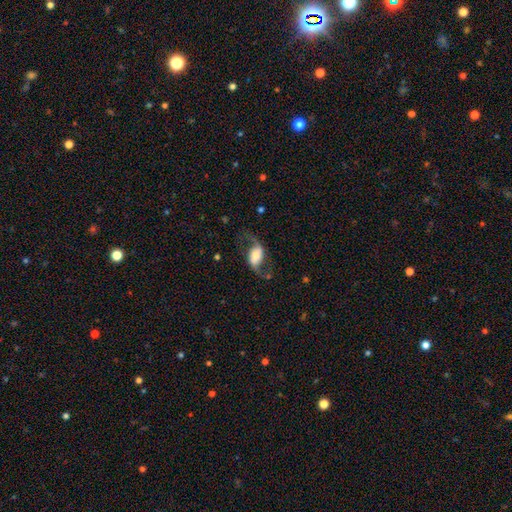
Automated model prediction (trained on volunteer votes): This is likely a featured or disk galaxy (75%). It is clearly not viewed edge-on (94%). Bar: marginally no (37%). Spiral arm pattern: clearly yes (92%). Spiral arm count: clearly 2 (93%). Spiral winding: likely loose (77%). Central bulge: marginally moderate (29%). Merging: likely none (66%).